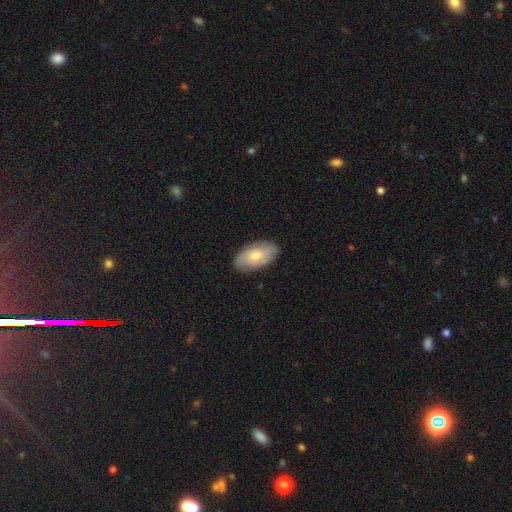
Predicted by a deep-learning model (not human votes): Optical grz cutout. It shows a smooth galaxy with no disk features (63%) that is in between round and cigar-shaped (94%). Merging: none (83%).